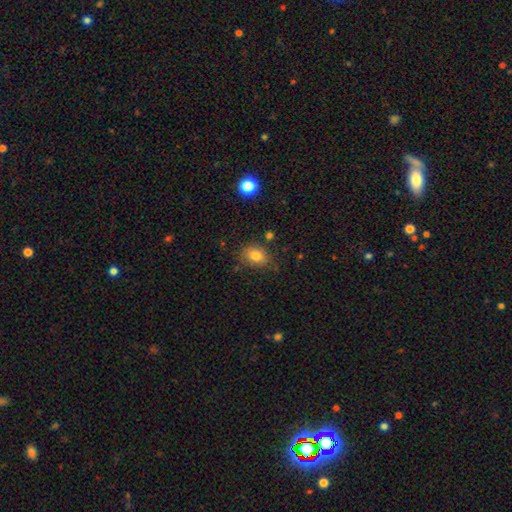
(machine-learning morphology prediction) smooth_or_featured: smooth (p=0.80) [alt: star or artifact p=0.10]
how_rounded: in between (p=0.73) [alt: round p=0.26]
merging: none (p=0.76) [alt: minor disturbance p=0.16]